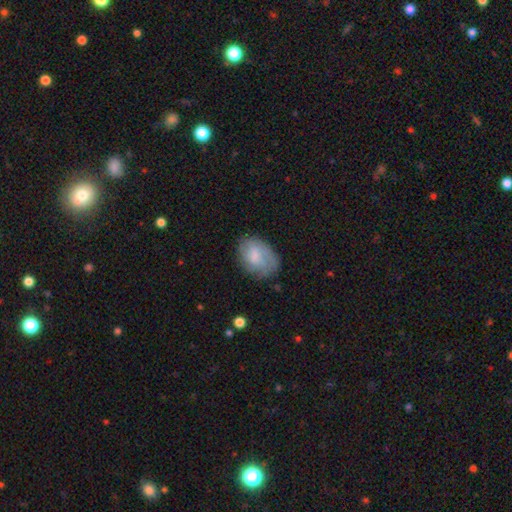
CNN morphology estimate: This is likely a smooth galaxy (62%). How rounded: likely in between (79%). Merging: likely none (61%).